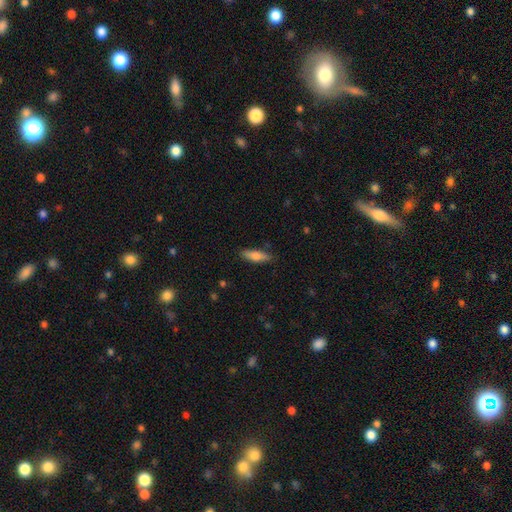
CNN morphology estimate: smooth 76%, featured or disk 18%, star or artifact 6%. Down the decision tree: how rounded — cigar-shaped (54%); merging — none (84%).